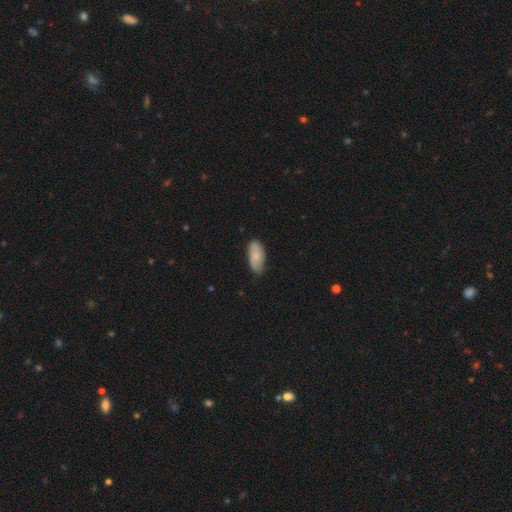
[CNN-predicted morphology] This appears to be a smooth galaxy with no disk features (75%) that is in between round and cigar-shaped (90%). Merging: none (72%).